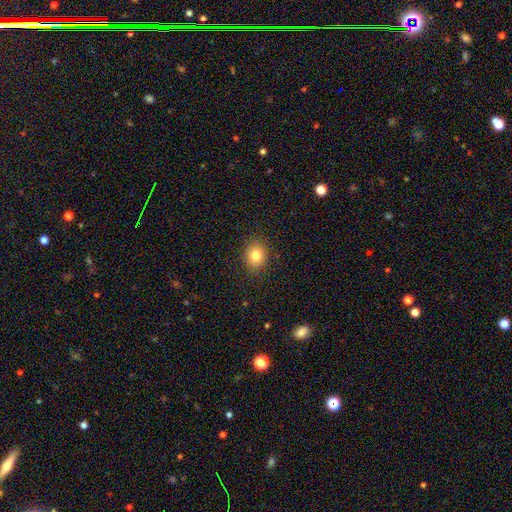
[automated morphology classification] The model was most divided on "how rounded": round: 64%, in between: 35%, cigar-shaped: 1%. More confident: merging — none (88%); smooth or featured — smooth (81%).